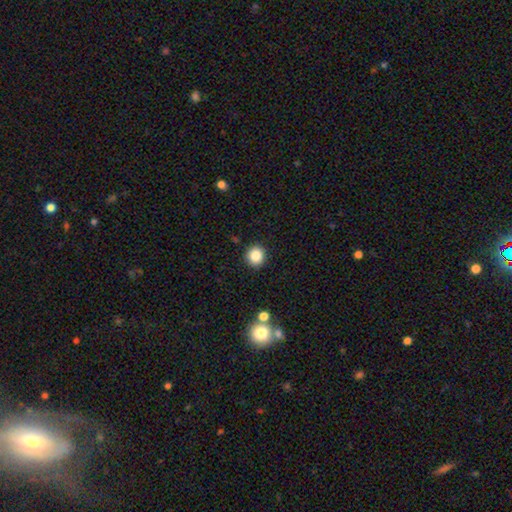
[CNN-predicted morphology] This appears to be a smooth galaxy with no disk features (85%) that is round (89%). Merging: none (90%).